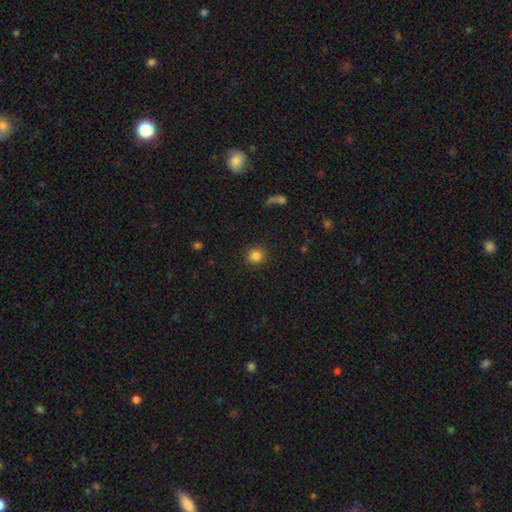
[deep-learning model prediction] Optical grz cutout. It shows a smooth galaxy with no disk features (84%) that is round (90%). Merging: none (90%).